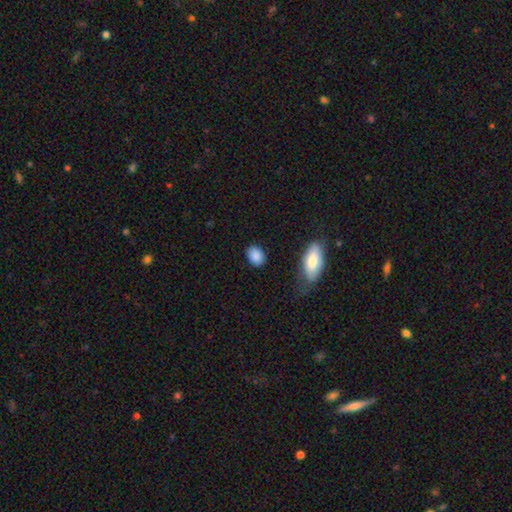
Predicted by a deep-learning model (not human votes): Overall: smooth (89%). How rounded: in between (71%). Merging: none (85%).